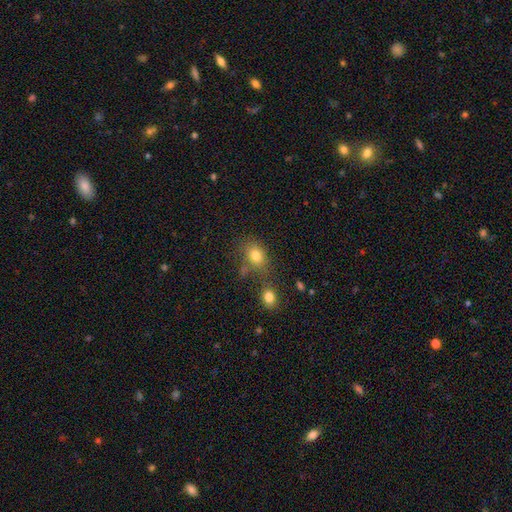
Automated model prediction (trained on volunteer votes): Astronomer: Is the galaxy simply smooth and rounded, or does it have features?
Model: smooth — 78%.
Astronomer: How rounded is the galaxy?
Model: in between — 58% (runner-up: round, 41%).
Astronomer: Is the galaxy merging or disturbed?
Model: none — 55%.